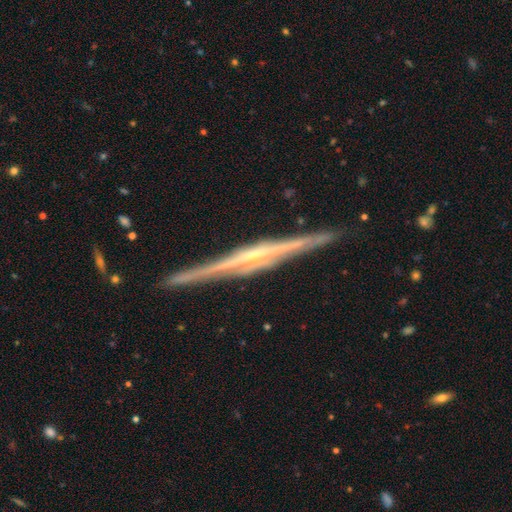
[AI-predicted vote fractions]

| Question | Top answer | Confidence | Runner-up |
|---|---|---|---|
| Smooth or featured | featured or disk | 90% | smooth (5%) |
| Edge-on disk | yes | 98% | no (2%) |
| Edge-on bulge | rounded | 59% | boxy (24%) |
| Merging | none | 91% | minor disturbance (6%) |